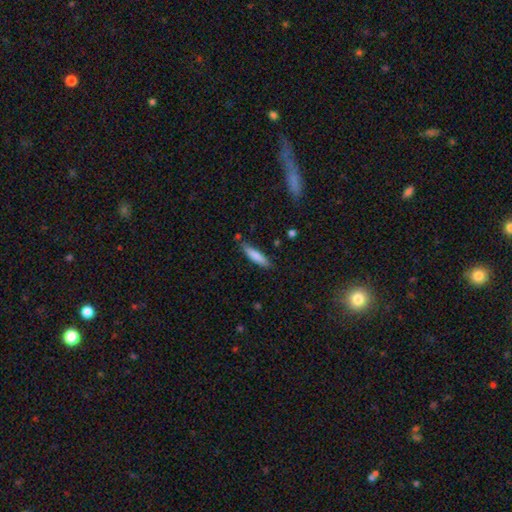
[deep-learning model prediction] smooth-or-featured: smooth: 81% | featured or disk: 13% | star or artifact: 6%
  how-rounded: cigar-shaped: 77% | in between: 21% | round: 1%
  merging: none: 81% | minor disturbance: 14% | merger: 3% | major disturbance: 3%